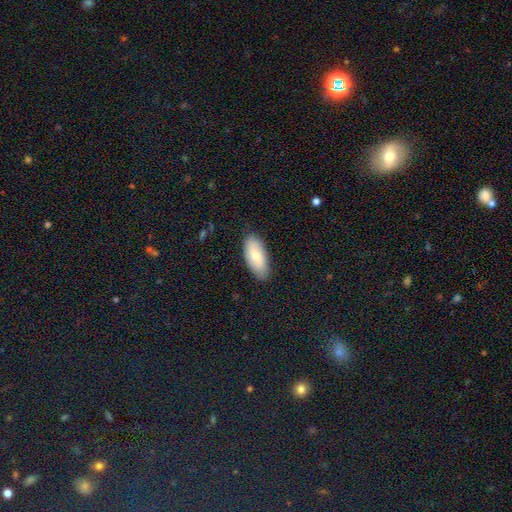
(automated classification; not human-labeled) This appears to be a smooth galaxy with no disk features (71%) that is in between round and cigar-shaped (89%). Merging: none (84%).